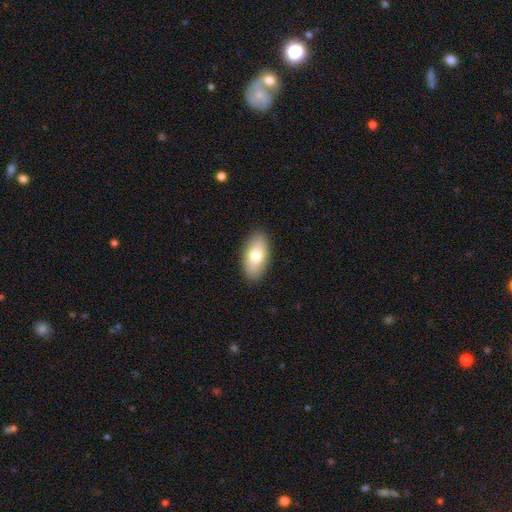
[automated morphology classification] The model was most divided on "smooth or featured": smooth: 76%, featured or disk: 18%, star or artifact: 6%. More confident: how rounded — in between (93%); merging — none (89%).